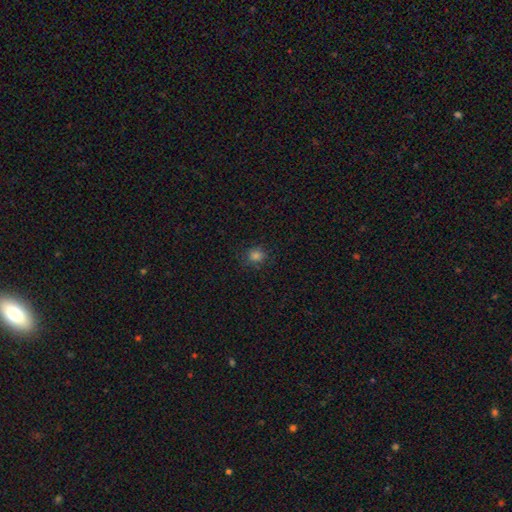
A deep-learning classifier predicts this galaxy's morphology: A smooth galaxy with no disk features (79%) that is round (81%). Merging: none (85%).